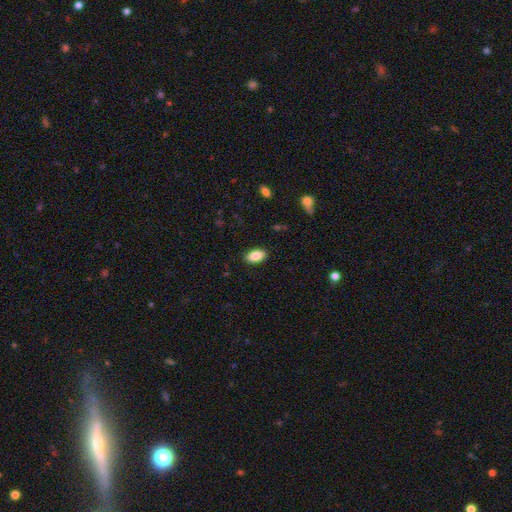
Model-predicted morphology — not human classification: Overall: smooth (88%). How rounded: in between (93%). Merging: none (88%).